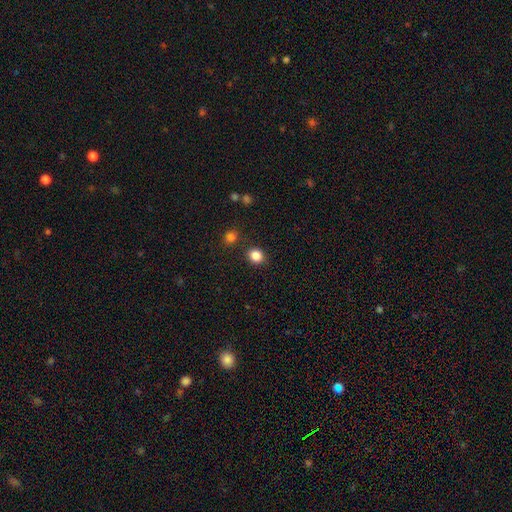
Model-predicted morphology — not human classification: Smooth or featured?
  - smooth: 85% *
  - star or artifact: 11%
  - featured or disk: 4%
How rounded?
  - round: 75% *
  - in between: 24%
  - cigar-shaped: 1%
Merging?
  - none: 85% *
  - minor disturbance: 8%
  - merger: 4%
  - major disturbance: 3%